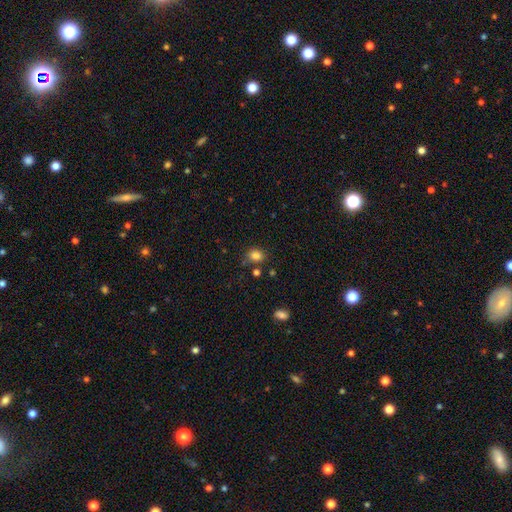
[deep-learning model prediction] Morphology: type=smooth (82%); roundness=round (60%); merging=none (74%).